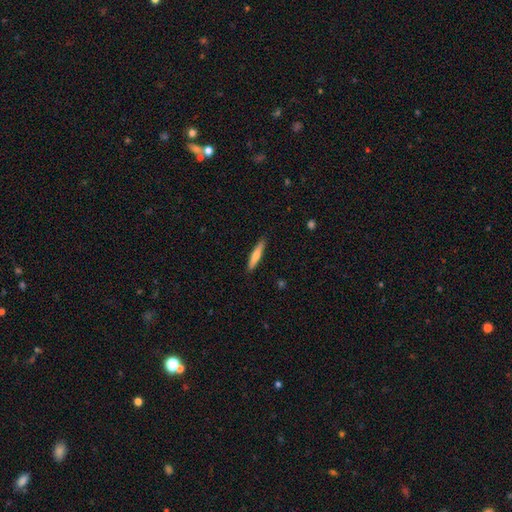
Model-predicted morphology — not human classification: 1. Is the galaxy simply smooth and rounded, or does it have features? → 70% smooth, 25% featured or disk, 5% star or artifact.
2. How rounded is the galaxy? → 91% cigar-shaped, 8% in between, 1% round.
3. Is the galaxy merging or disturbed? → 89% none, 8% minor disturbance, 2% major disturbance, 1% merger.